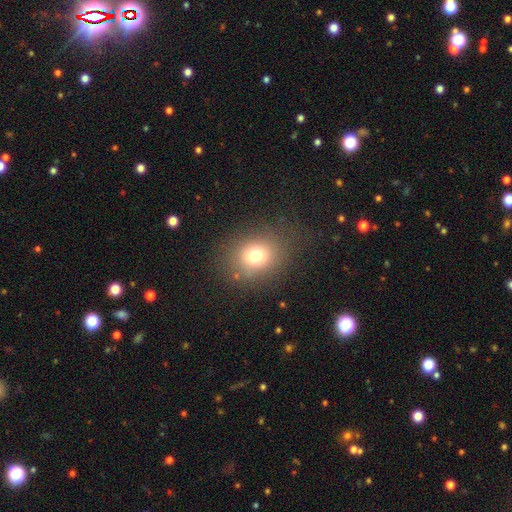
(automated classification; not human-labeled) smooth_or_featured: smooth (p=0.73) [alt: star or artifact p=0.16]
how_rounded: round (p=0.70) [alt: in between p=0.30]
merging: none (p=0.78) [alt: minor disturbance p=0.12]